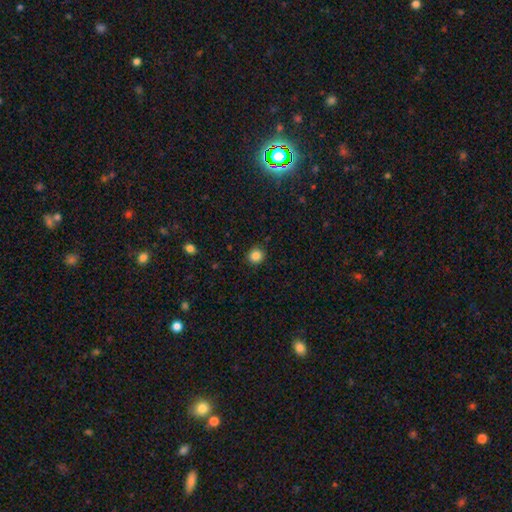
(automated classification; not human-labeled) This is clearly a smooth galaxy (85%). How rounded: clearly round (91%). Merging: clearly none (89%).